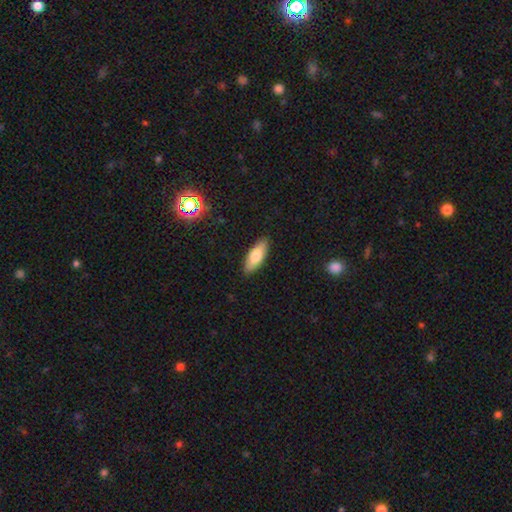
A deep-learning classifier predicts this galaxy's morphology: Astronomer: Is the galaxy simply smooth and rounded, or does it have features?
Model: smooth — 74%.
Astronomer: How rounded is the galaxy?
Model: in between — 68%.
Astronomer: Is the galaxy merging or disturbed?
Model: none — 89%.